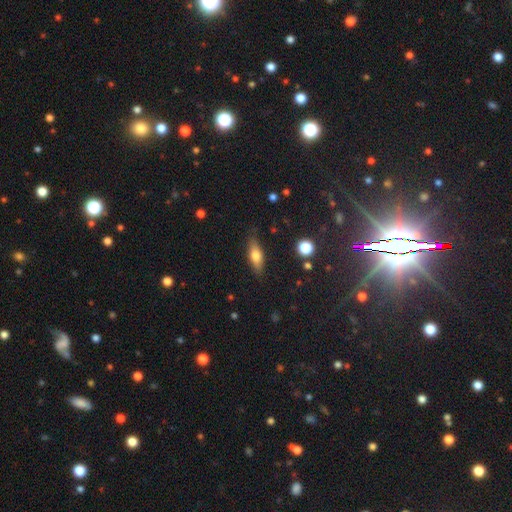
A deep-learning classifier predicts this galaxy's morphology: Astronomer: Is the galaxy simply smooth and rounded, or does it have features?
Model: smooth — 65%.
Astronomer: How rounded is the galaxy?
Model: in between — 61%.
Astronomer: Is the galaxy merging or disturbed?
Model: none — 84%.